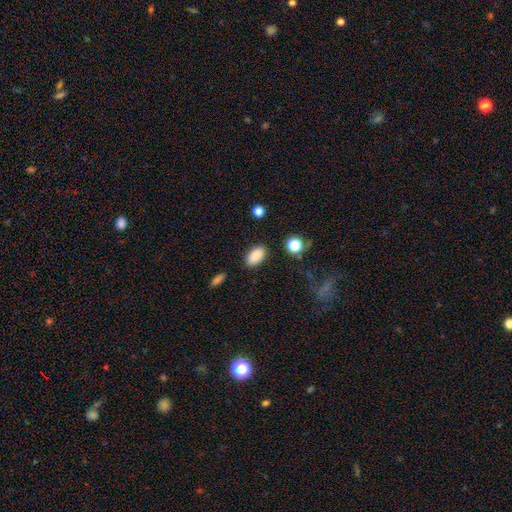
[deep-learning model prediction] Smooth or featured? Predicted: smooth (p=0.88). How rounded? Predicted: in between (p=0.91). Merging? Predicted: none (p=0.87).